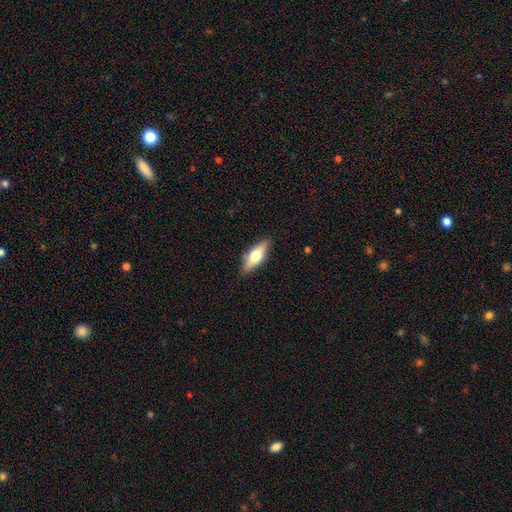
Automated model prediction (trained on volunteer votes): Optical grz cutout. It shows a smooth galaxy with no disk features (57%) that is in between round and cigar-shaped (57%). Merging: none (85%).